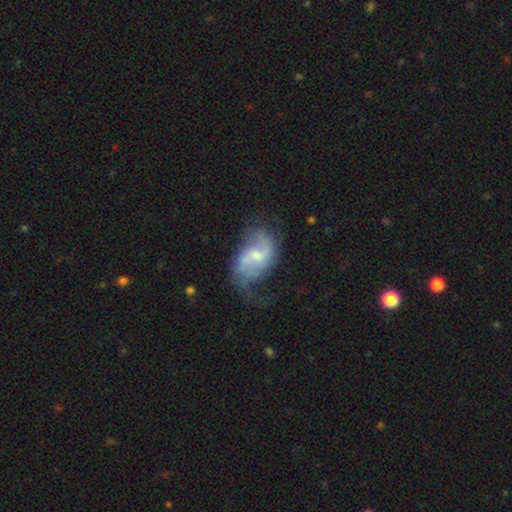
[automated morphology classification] A featured or disk galaxy (77%) with a weak bar (53%), 2 (82%) loose (58%) spiral arms (91%) and a small central bulge (49%).

Vote fractions:
- Smooth or featured? featured or disk: 77% / smooth: 17% / star or artifact: 7%
- Edge-on disk? no: 97% / yes: 3%
- Bar? weak: 53% / no: 34% / strong: 14%
- Spiral arms? yes: 91% / no: 9%
- Spiral winding? loose: 58% / medium: 32% / tight: 10%
- Spiral arm count? 2: 82% / can't tell: 8% / 1: 5% / 3: 2% / 4: 1% / more than 4: 1%
- Bulge size? small: 49% / moderate: 41% / none: 6% / large: 3% / dominant: 1%
- Merging? none: 49% / minor disturbance: 27% / major disturbance: 22% / merger: 2%